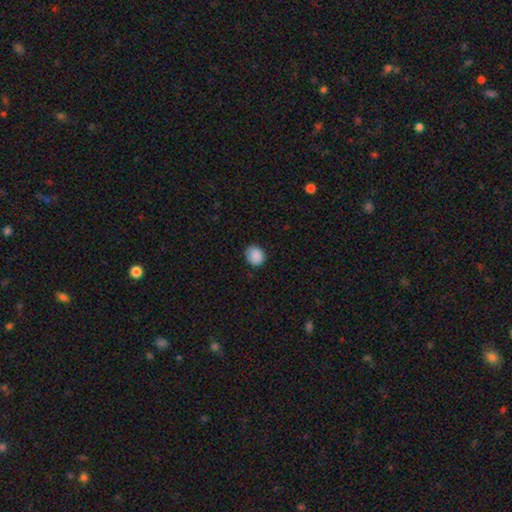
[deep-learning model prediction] This appears to be a smooth galaxy with no disk features (89%) that is round (73%). Merging: none (83%).